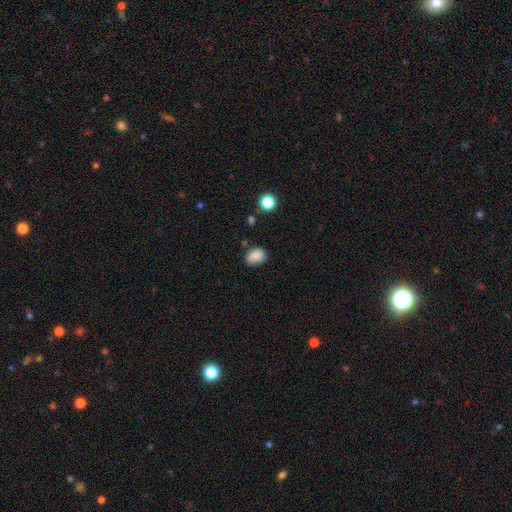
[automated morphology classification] A smooth galaxy with no disk features (85%) that is in between round and cigar-shaped (65%).

Vote fractions:
- Smooth or featured? smooth: 85% / star or artifact: 10% / featured or disk: 5%
- How rounded? in between: 65% / round: 34% / cigar-shaped: 1%
- Merging? none: 72% / minor disturbance: 21% / major disturbance: 4% / merger: 3%